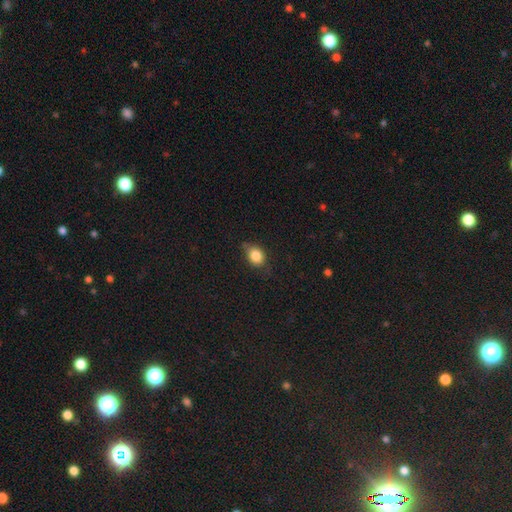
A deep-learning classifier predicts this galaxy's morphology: type=smooth (84%); roundness=in between (57%); merging=none (69%).